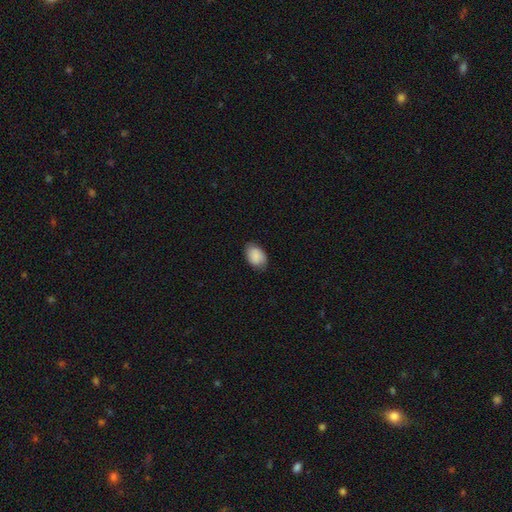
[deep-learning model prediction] A smooth galaxy with no disk features (87%) that is in between round and cigar-shaped (85%).

Vote fractions:
- Smooth or featured? smooth: 87% / featured or disk: 7% / star or artifact: 7%
- How rounded? in between: 85% / round: 14% / cigar-shaped: 1%
- Merging? none: 78% / minor disturbance: 17% / major disturbance: 3% / merger: 1%